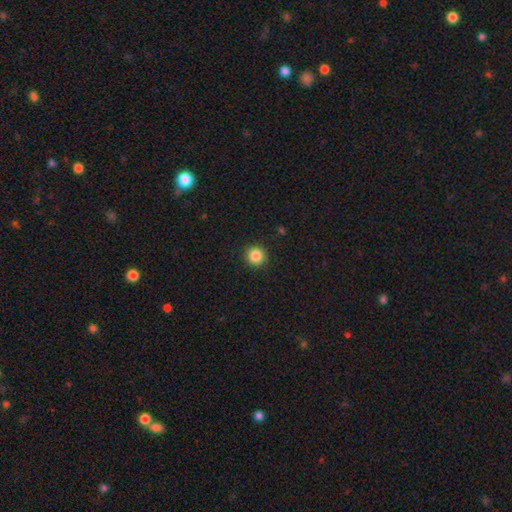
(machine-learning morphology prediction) smooth_or_featured: smooth (p=0.86) [alt: star or artifact p=0.10]
how_rounded: round (p=0.94) [alt: in between p=0.05]
merging: none (p=0.92) [alt: minor disturbance p=0.05]